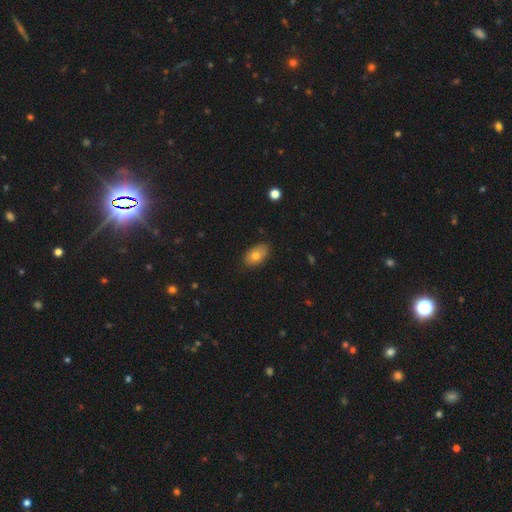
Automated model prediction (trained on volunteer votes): smooth_or_featured: smooth (p=0.75) [alt: featured or disk p=0.17]
how_rounded: in between (p=0.91) [alt: round p=0.08]
merging: none (p=0.82) [alt: minor disturbance p=0.14]